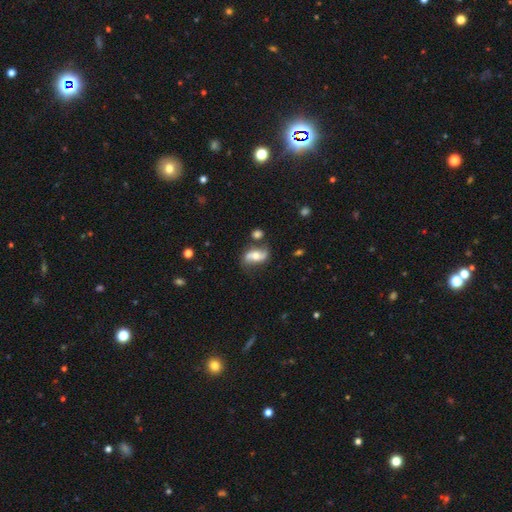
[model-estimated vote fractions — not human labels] Q: Smooth or featured?
A: featured or disk (69%); runner-up: smooth (24%)
Q: Edge-on disk?
A: no (94%); runner-up: yes (6%)
Q: Bar?
A: no (54%); runner-up: weak (29%)
Q: Spiral arms?
A: yes (89%); runner-up: no (11%)
Q: Spiral winding?
A: loose (72%); runner-up: medium (20%)
Q: Spiral arm count?
A: 2 (91%); runner-up: can't tell (4%)
Q: Bulge size?
A: moderate (66%); runner-up: small (21%)
Q: Merging?
A: none (68%); runner-up: minor disturbance (18%)